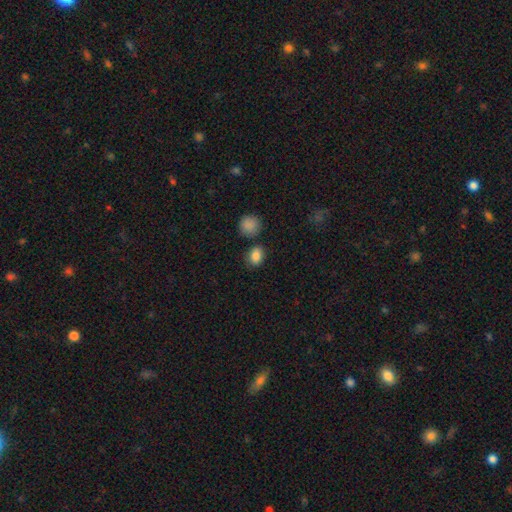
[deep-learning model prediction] Q: Smooth or featured?
A: smooth (87%); runner-up: star or artifact (9%)
Q: How rounded?
A: in between (66%); runner-up: round (33%)
Q: Merging?
A: none (75%); runner-up: minor disturbance (14%)